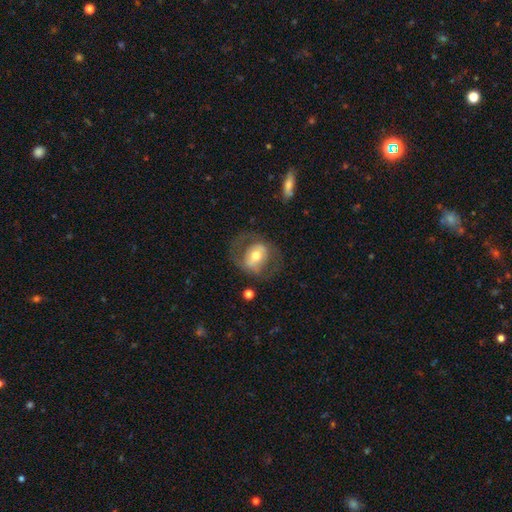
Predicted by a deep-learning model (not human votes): smooth_or_featured: featured or disk (p=0.55) [alt: smooth p=0.39]
disk_edge_on: no (p=0.94) [alt: yes p=0.06]
bar: no (p=0.35) [alt: weak p=0.33]
has_spiral_arms: no (p=0.57) [alt: yes p=0.43]
bulge_size: moderate (p=0.66) [alt: small p=0.20]
merging: none (p=0.62) [alt: major disturbance p=0.19]